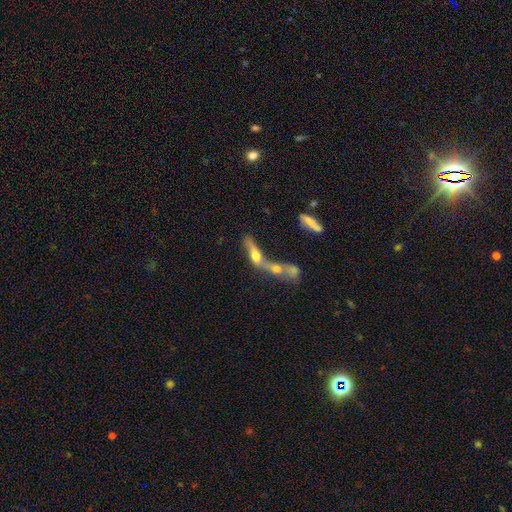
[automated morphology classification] Smooth or featured? smooth (45%)
Merging? merger (75%)